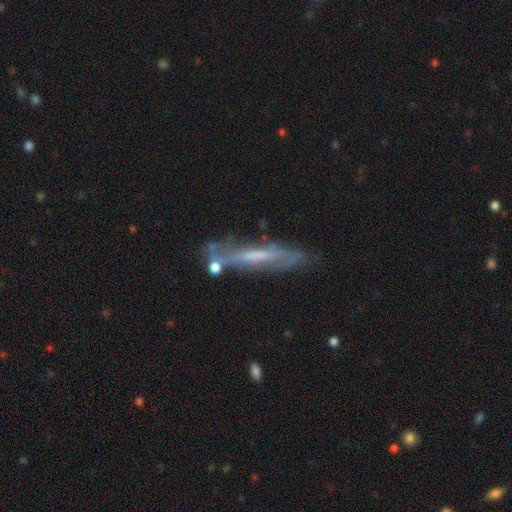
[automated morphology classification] smooth-or-featured: featured or disk: 64% | smooth: 28% | star or artifact: 8%
  disk-edge-on: yes: 63% | no: 37%
  merging: none: 65% | minor disturbance: 20% | major disturbance: 8% | merger: 8%